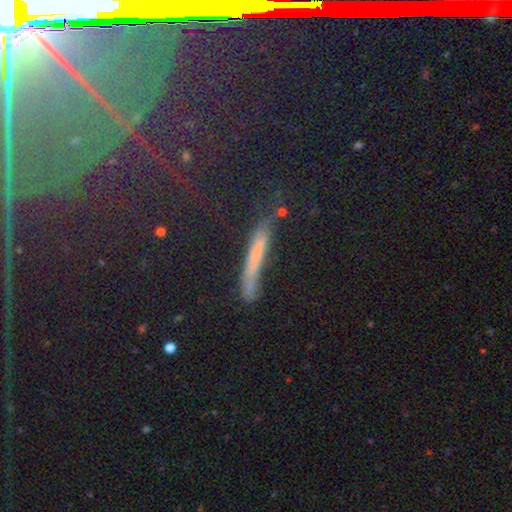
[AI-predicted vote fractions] Smooth or featured: smooth — 58% (star or artifact — 22%)
How rounded: cigar-shaped — 92% (in between — 5%)
Merging: none — 69% (minor disturbance — 20%)